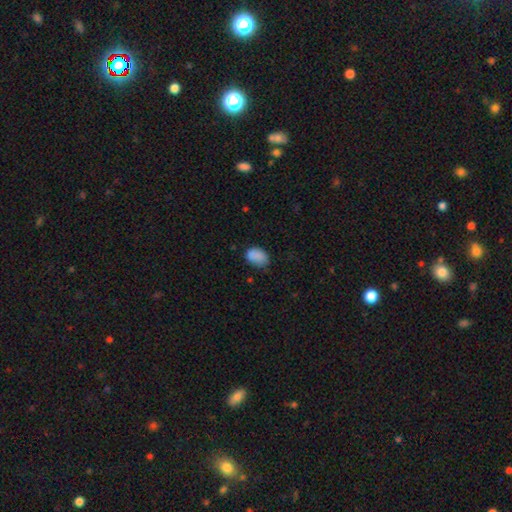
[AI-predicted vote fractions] Morphology: type=smooth (86%); roundness=in between (84%); merging=none (65%).